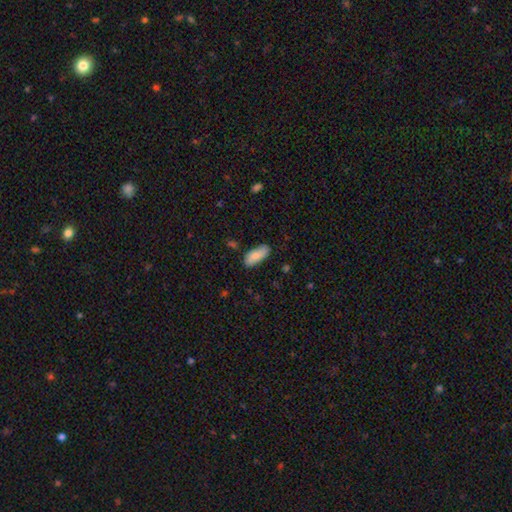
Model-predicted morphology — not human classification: Overall: smooth (84%). How rounded: in between (84%). Merging: none (80%).